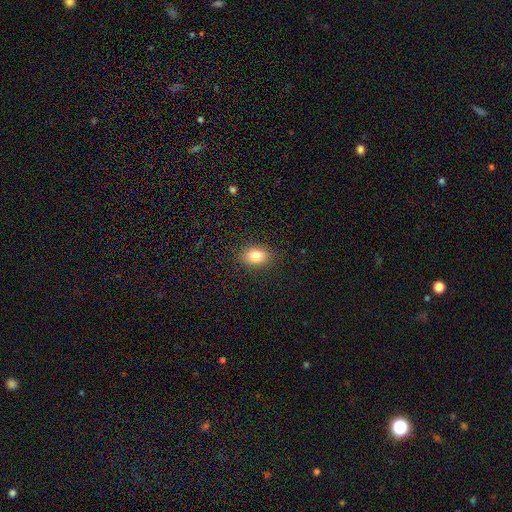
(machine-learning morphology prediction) This appears to be a smooth galaxy with no disk features (84%) that is in between round and cigar-shaped (80%). Merging: none (87%).